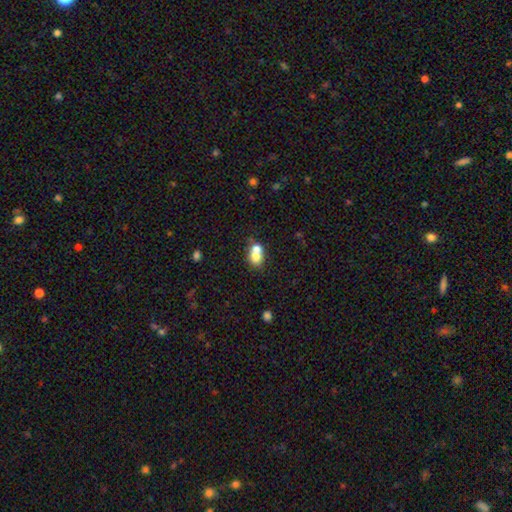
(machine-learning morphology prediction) This appears to be a smooth galaxy with no disk features (71%) that is round (50%). Merging: merger (63%).